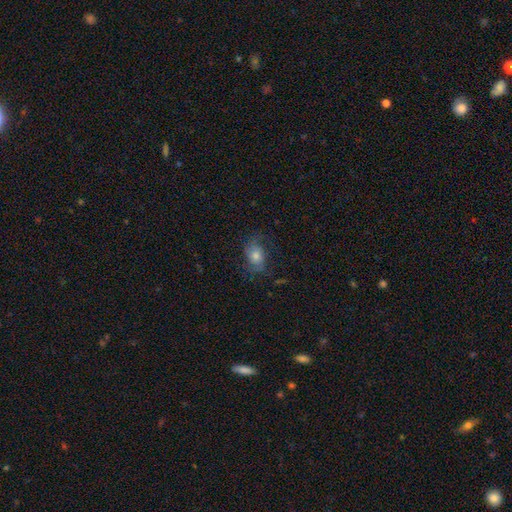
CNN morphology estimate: Smooth or featured?
  - featured or disk: 48% *
  - smooth: 39%
  - star or artifact: 13%
Merging?
  - none: 64% *
  - minor disturbance: 20%
  - major disturbance: 14%
  - merger: 1%